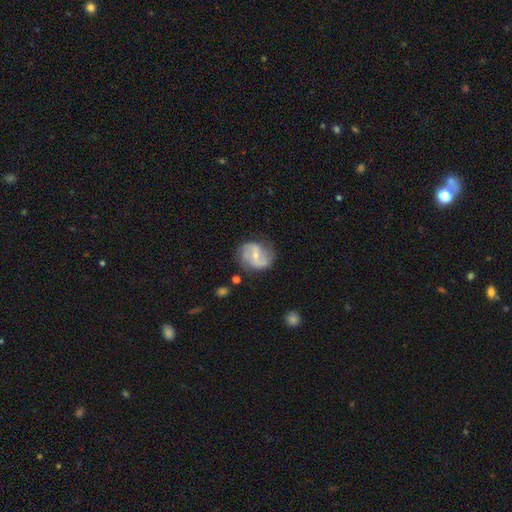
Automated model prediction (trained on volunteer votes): smooth-or-featured: featured or disk: 70% | smooth: 23% | star or artifact: 7%
  disk-edge-on: no: 97% | yes: 3%
    bar: weak: 44% | no: 31% | strong: 25%
    has-spiral-arms: yes: 87% | no: 13%
      spiral-winding: loose: 45% | medium: 40% | tight: 15%
      spiral-arm-count: 2: 85% | can't tell: 8% | 1: 2% | 3: 2% | 4: 1% | more than 4: 1%
    bulge-size: small: 57% | moderate: 38% | none: 3% | large: 1% | dominant: 1%
  merging: none: 69% | minor disturbance: 20% | major disturbance: 8% | merger: 3%